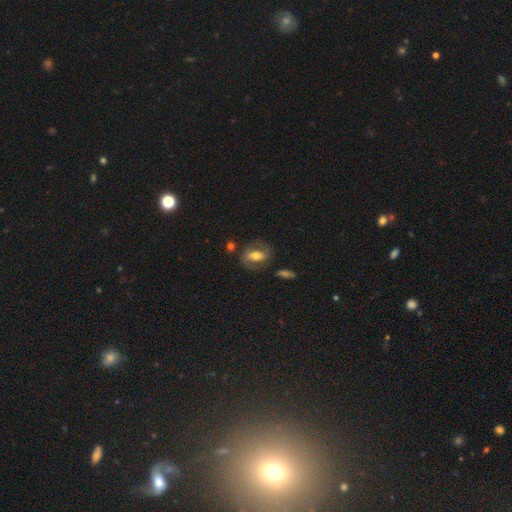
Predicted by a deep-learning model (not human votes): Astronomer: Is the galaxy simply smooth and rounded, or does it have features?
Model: featured or disk — 54% (runner-up: smooth, 39%).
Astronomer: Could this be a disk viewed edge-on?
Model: no — 90%.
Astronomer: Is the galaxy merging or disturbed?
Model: none — 70%.